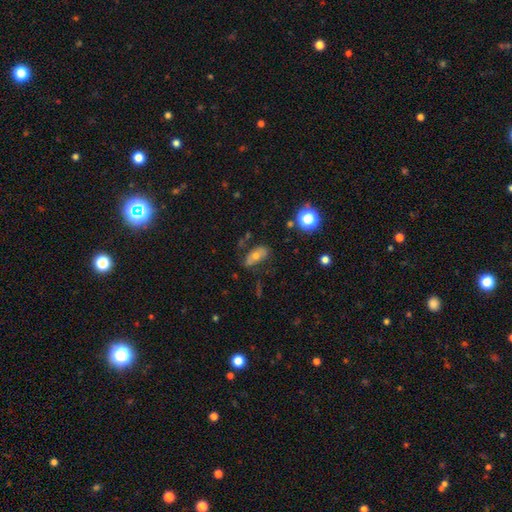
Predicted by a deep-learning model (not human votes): Smooth or featured? Predicted: smooth (p=0.57). How rounded? Predicted: in between (p=0.84). Merging? Predicted: none (p=0.64).